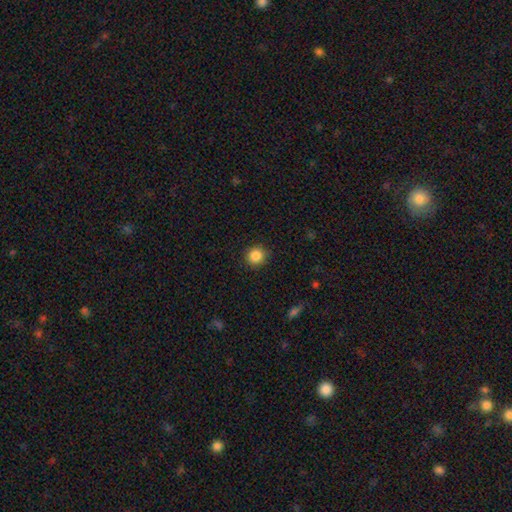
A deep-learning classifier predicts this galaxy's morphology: Q: Smooth or featured?
A: smooth (87%); runner-up: star or artifact (10%)
Q: How rounded?
A: round (91%); runner-up: in between (8%)
Q: Merging?
A: none (90%); runner-up: minor disturbance (7%)